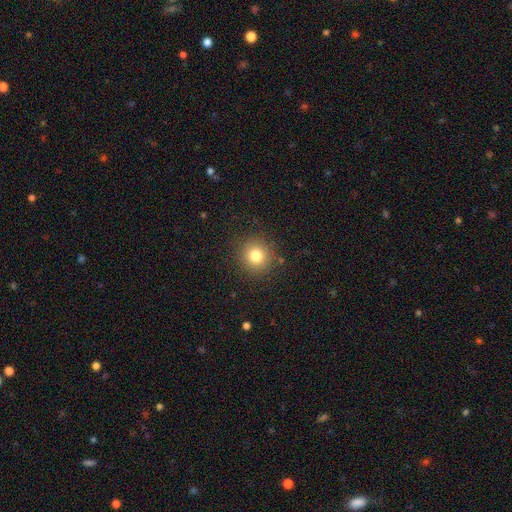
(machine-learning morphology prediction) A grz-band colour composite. It shows a smooth galaxy with no disk features (79%) that is round (93%). Merging: none (89%).